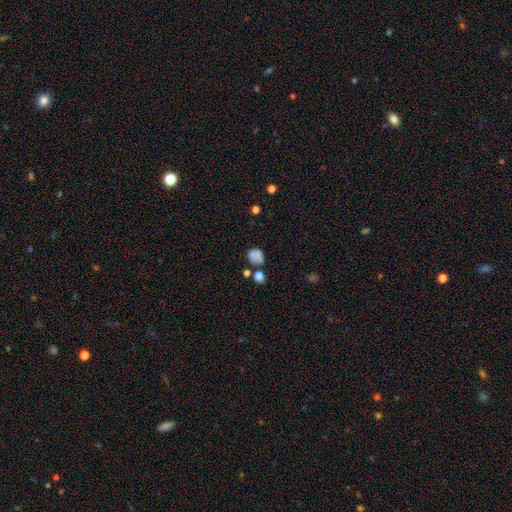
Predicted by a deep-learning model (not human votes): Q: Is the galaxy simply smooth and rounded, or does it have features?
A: smooth — 68%.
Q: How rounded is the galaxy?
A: round — 60%.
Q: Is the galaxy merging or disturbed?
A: none — 42%.